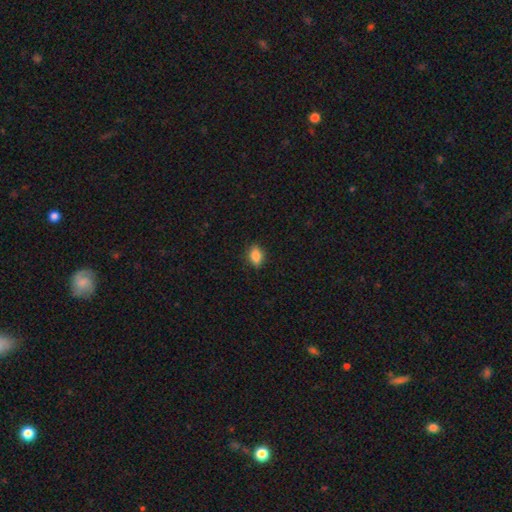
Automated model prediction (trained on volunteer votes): smooth 85%, star or artifact 9%, featured or disk 6%. Down the decision tree: how rounded — in between (81%); merging — none (85%).